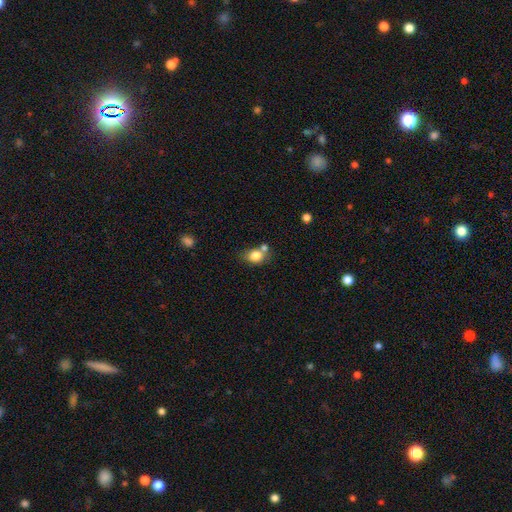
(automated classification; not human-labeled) This is clearly a smooth galaxy (81%). How rounded: possibly in between (52%). Merging: possibly none (51%).